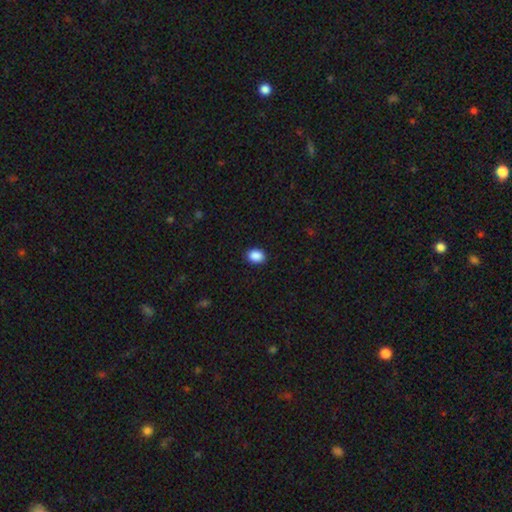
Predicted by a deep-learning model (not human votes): smooth 90%, star or artifact 8%, featured or disk 2%. Down the decision tree: how rounded — in between (66%); merging — none (90%).